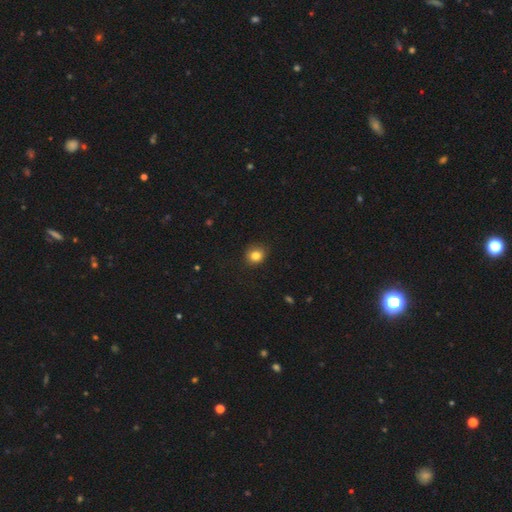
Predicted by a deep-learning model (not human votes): Q: Smooth or featured?
A: smooth (83%); runner-up: star or artifact (11%)
Q: How rounded?
A: round (79%); runner-up: in between (20%)
Q: Merging?
A: none (85%); runner-up: minor disturbance (11%)